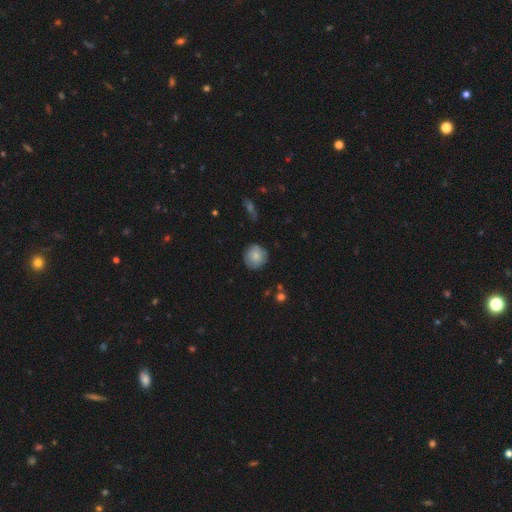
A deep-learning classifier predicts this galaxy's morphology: Smooth or featured? smooth (78%)
How rounded? round (90%)
Merging? none (82%)